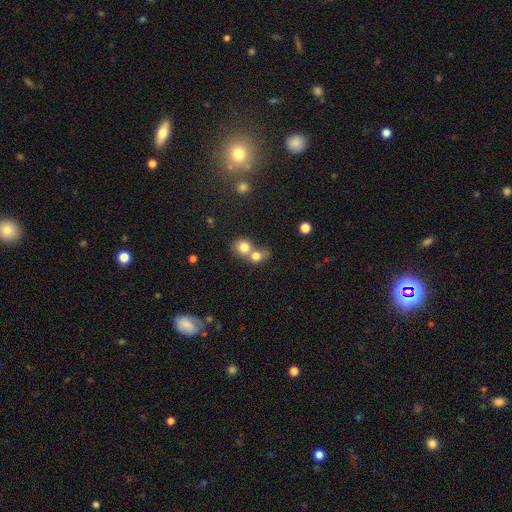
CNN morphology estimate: Smooth or featured: smooth — 77% (featured or disk — 12%)
How rounded: round — 73% (in between — 26%)
Merging: merger — 64% (none — 27%)